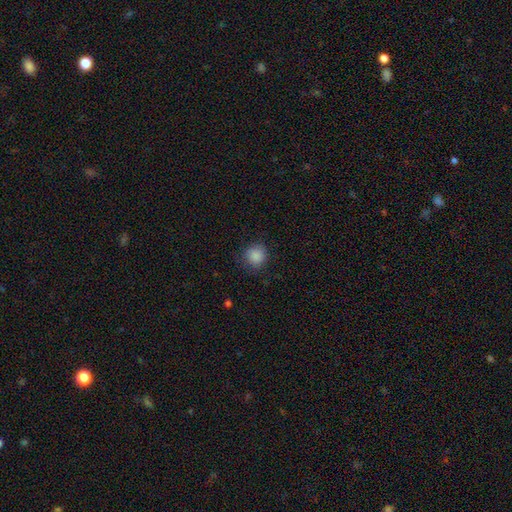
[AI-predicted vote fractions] A smooth galaxy with no disk features (87%) that is round (90%).

Vote fractions:
- Smooth or featured? smooth: 87% / star or artifact: 9% / featured or disk: 4%
- How rounded? round: 90% / in between: 9% / cigar-shaped: 1%
- Merging? none: 81% / minor disturbance: 14% / major disturbance: 4% / merger: 1%